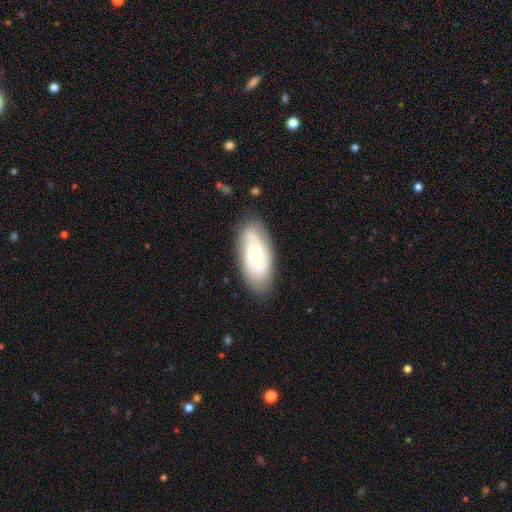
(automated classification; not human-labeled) This appears to be a featured or disk galaxy (50%). Merging: none (77%).